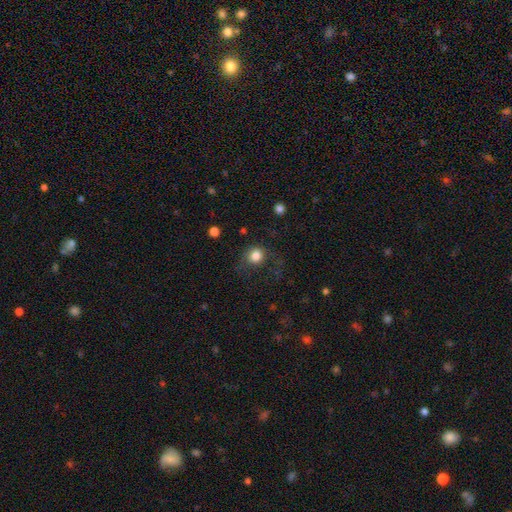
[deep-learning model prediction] A smooth galaxy with no disk features (83%) that is round (82%).

Vote fractions:
- Smooth or featured? smooth: 83% / star or artifact: 10% / featured or disk: 7%
- How rounded? round: 82% / in between: 17% / cigar-shaped: 1%
- Merging? none: 59% / minor disturbance: 20% / major disturbance: 18% / merger: 2%